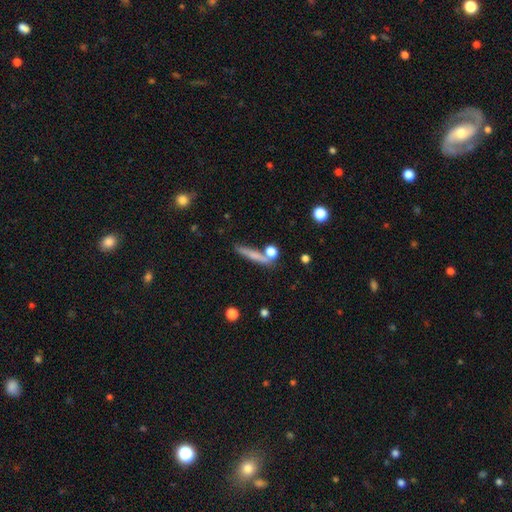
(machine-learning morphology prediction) Smooth or featured? Predicted: smooth (p=0.61). How rounded? Predicted: cigar-shaped (p=0.86). Merging? Predicted: none (p=0.73).